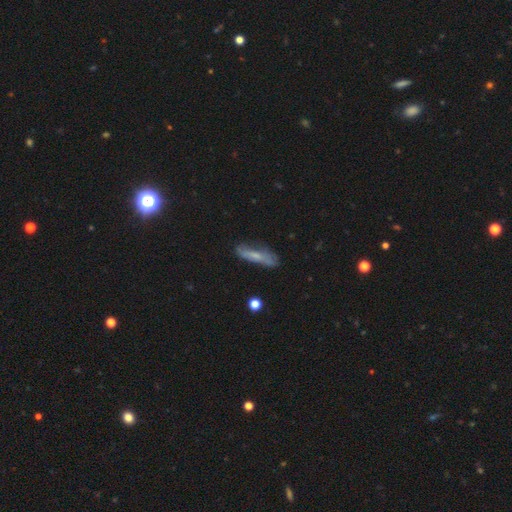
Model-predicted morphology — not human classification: type=smooth (53%); roundness=cigar-shaped (68%); merging=none (65%).